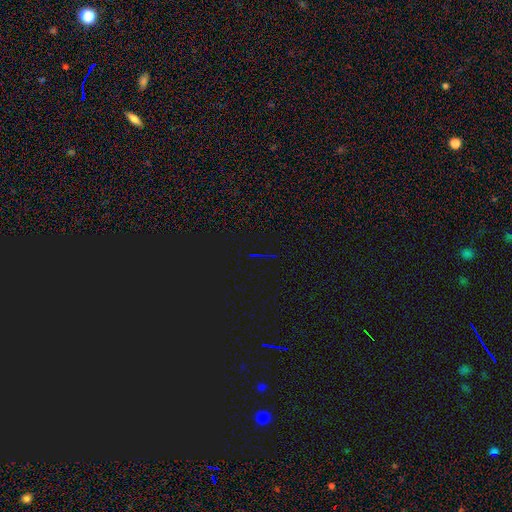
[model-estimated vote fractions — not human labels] star or artifact 81%, smooth 10%, featured or disk 9%.